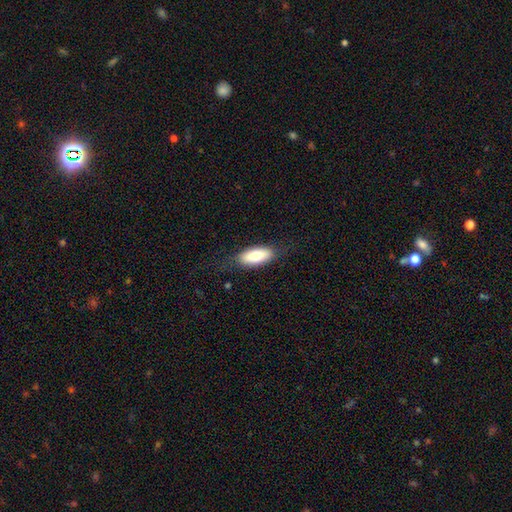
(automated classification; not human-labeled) Smooth or featured?
  - smooth: 76% *
  - featured or disk: 17%
  - star or artifact: 6%
How rounded?
  - in between: 83% *
  - cigar-shaped: 14%
  - round: 2%
Merging?
  - none: 77% *
  - minor disturbance: 16%
  - major disturbance: 6%
  - merger: 1%